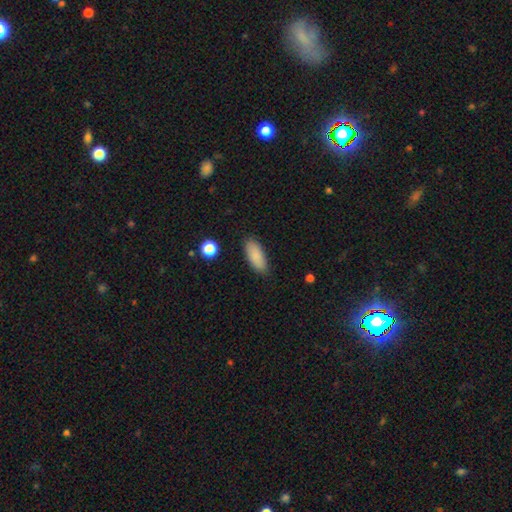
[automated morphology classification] smooth 88%, star or artifact 7%, featured or disk 5%. Down the decision tree: how rounded — in between (77%); merging — none (86%).